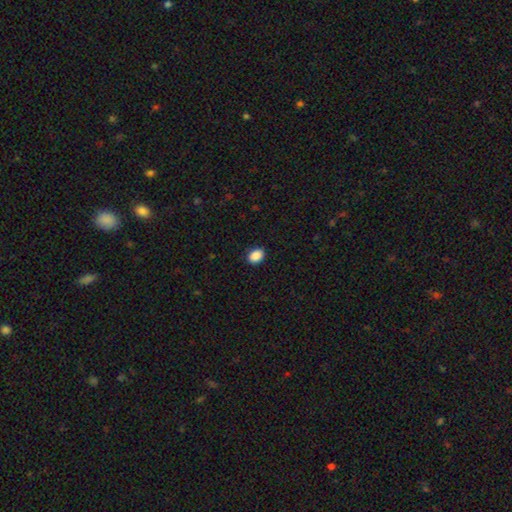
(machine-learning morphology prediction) A smooth galaxy with no disk features (89%) that is in between round and cigar-shaped (63%).

Vote fractions:
- Smooth or featured? smooth: 89% / star or artifact: 8% / featured or disk: 3%
- How rounded? in between: 63% / round: 36% / cigar-shaped: 1%
- Merging? none: 89% / minor disturbance: 8% / major disturbance: 2% / merger: 1%